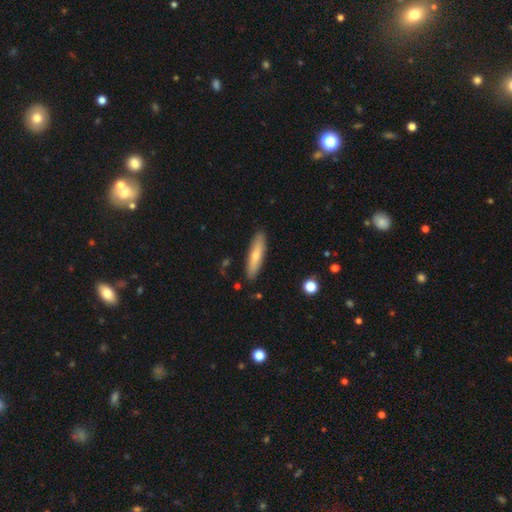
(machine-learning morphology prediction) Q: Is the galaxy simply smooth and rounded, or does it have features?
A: smooth — 66%.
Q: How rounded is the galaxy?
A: cigar-shaped — 78%.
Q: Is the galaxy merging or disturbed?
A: none — 88%.